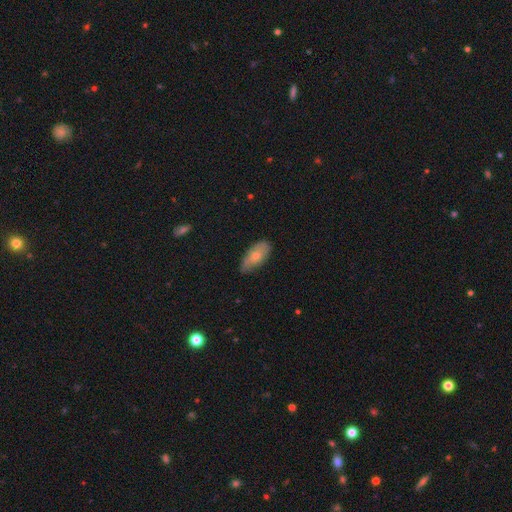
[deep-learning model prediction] Smooth or featured?
  - smooth: 65% *
  - featured or disk: 29%
  - star or artifact: 6%
How rounded?
  - in between: 90% *
  - cigar-shaped: 7%
  - round: 3%
Merging?
  - none: 57% *
  - minor disturbance: 35%
  - major disturbance: 6%
  - merger: 2%